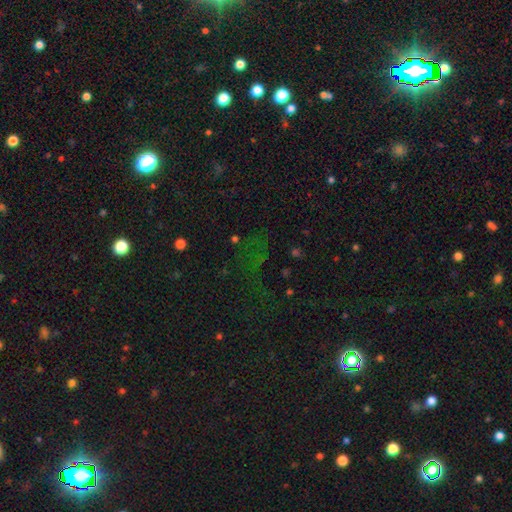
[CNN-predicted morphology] A star or artifact, not a galaxy (65%).